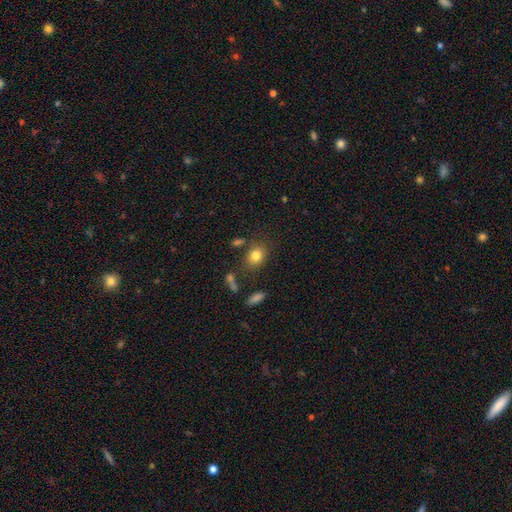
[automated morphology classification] Smooth or featured? Predicted: smooth (p=0.81). How rounded? Predicted: in between (p=0.63). Merging? Predicted: none (p=0.75).